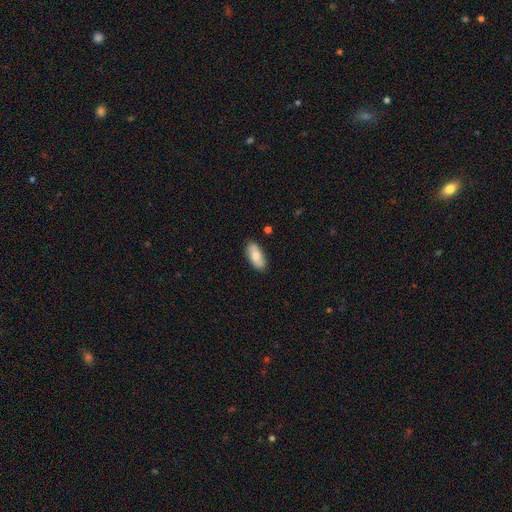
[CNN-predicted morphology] Smooth or featured: smooth — 78% (featured or disk — 17%)
How rounded: in between — 89% (cigar-shaped — 9%)
Merging: none — 84% (minor disturbance — 12%)